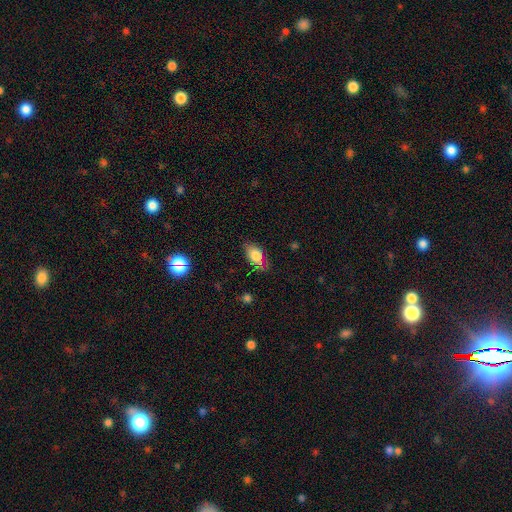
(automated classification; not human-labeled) Smooth or featured? smooth (76%)
How rounded? in between (88%)
Merging? none (69%)